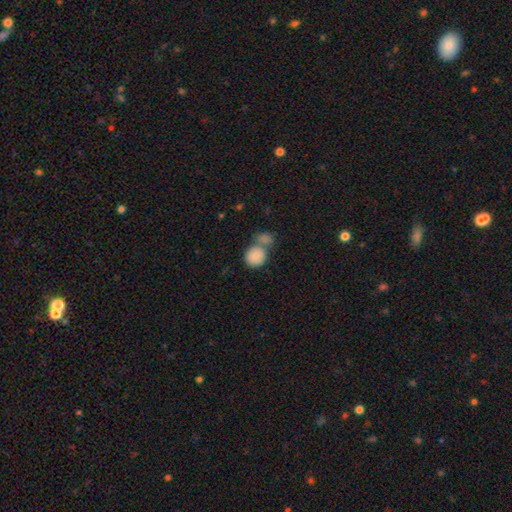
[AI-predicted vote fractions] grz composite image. It shows a smooth galaxy with no disk features (86%) that is round (80%). Merging: merger (49%).